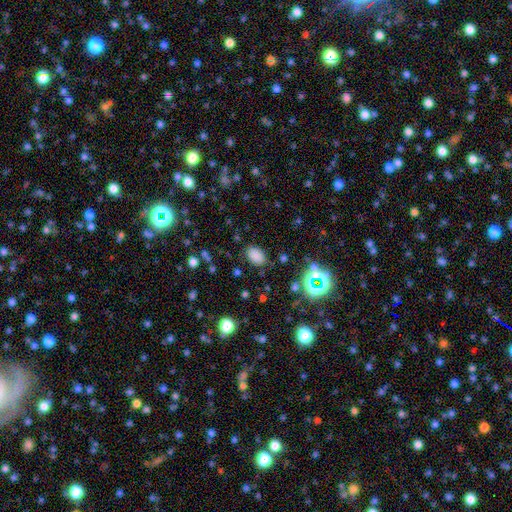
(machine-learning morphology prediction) smooth-or-featured: smooth: 79% | star or artifact: 16% | featured or disk: 5%
  how-rounded: in between: 86% | round: 13% | cigar-shaped: 1%
  merging: none: 83% | minor disturbance: 11% | major disturbance: 4% | merger: 2%